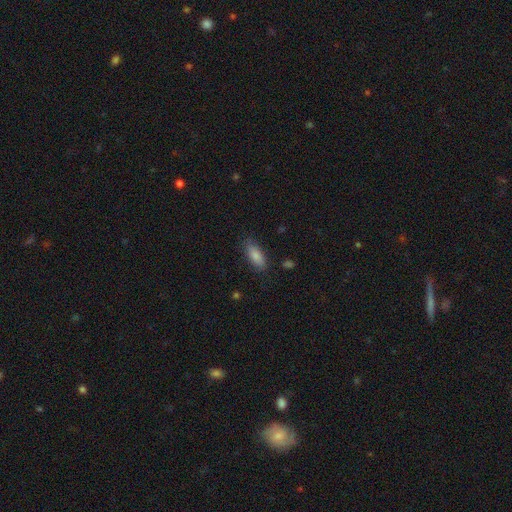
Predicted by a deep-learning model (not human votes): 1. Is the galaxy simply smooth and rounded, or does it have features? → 84% smooth, 9% featured or disk, 7% star or artifact.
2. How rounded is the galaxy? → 78% in between, 20% cigar-shaped, 2% round.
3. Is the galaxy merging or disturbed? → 80% none, 15% minor disturbance, 3% major disturbance, 2% merger.